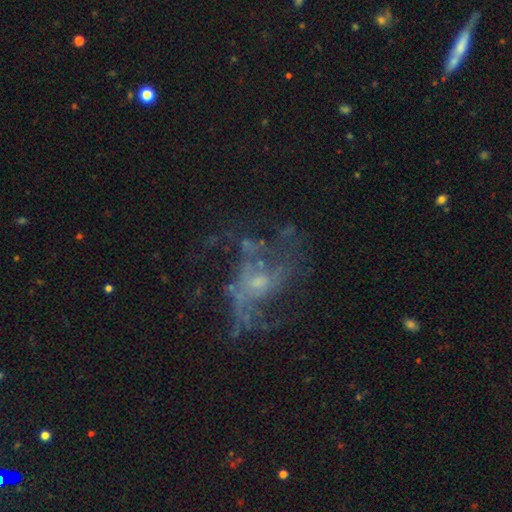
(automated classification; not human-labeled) This appears to be a featured or disk galaxy (73%) with no bar (73%), spiral arms (65%) and a small central bulge (55%). Merging: none (48%).